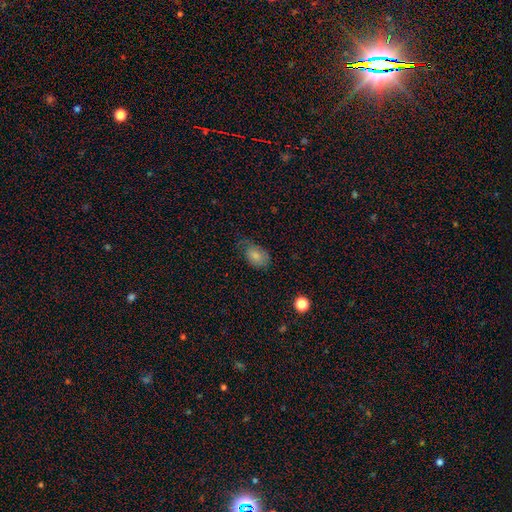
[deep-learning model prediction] Smooth or featured: smooth — 79% (featured or disk — 12%)
How rounded: in between — 85% (round — 14%)
Merging: none — 53% (minor disturbance — 33%)